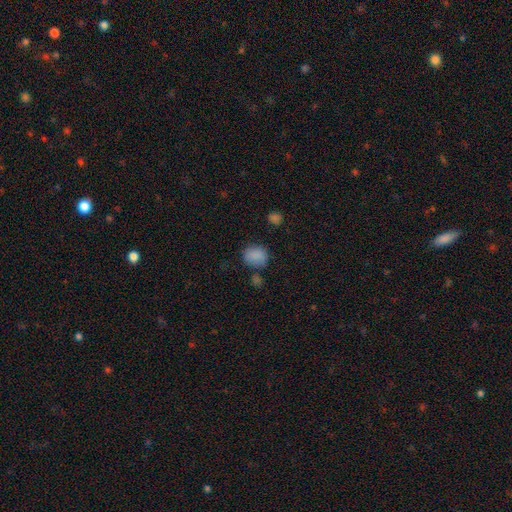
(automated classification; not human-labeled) This is clearly a smooth galaxy (84%). How rounded: likely round (64%). Merging: likely none (69%).